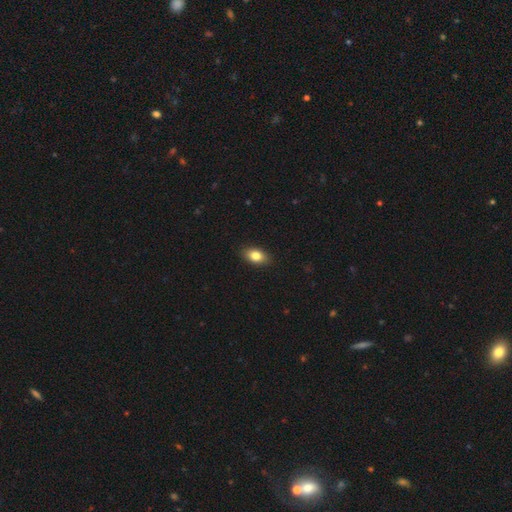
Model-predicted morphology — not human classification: Q: Smooth or featured?
A: smooth (82%); runner-up: featured or disk (10%)
Q: How rounded?
A: in between (87%); runner-up: round (10%)
Q: Merging?
A: none (89%); runner-up: minor disturbance (8%)